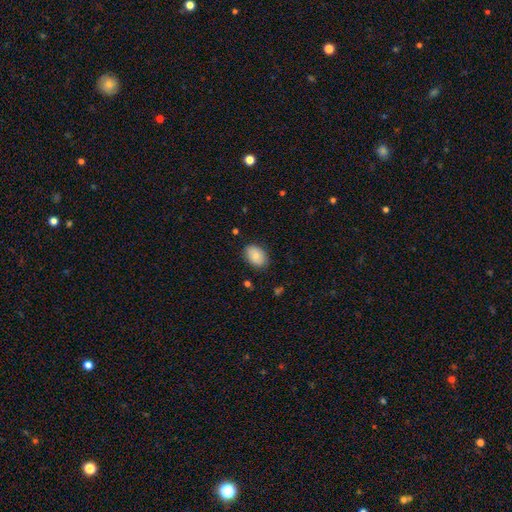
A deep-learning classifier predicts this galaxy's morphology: type=smooth (83%); roundness=in between (84%); merging=none (84%).